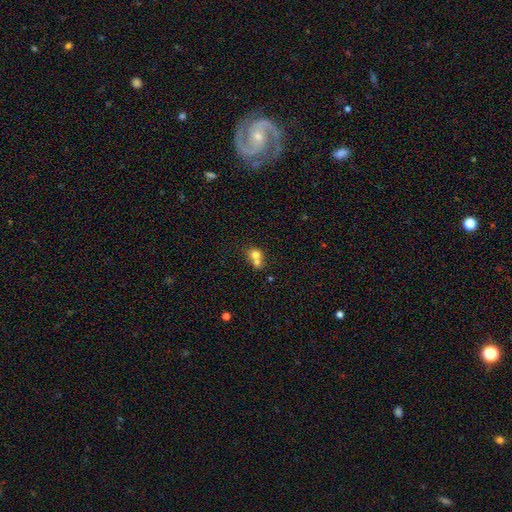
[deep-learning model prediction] This appears to be a smooth galaxy with no disk features (72%) that is round (73%). Merging: merger (65%).